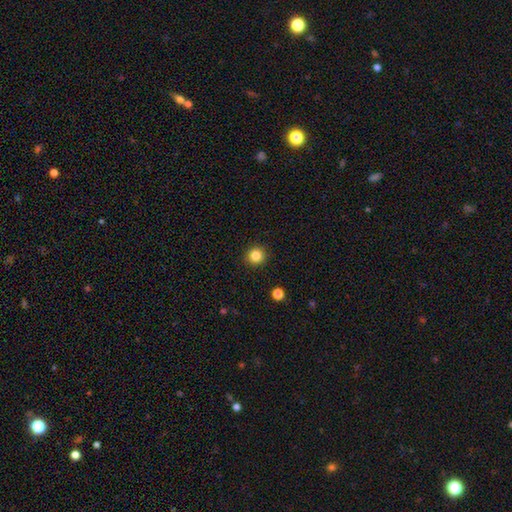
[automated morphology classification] smooth-or-featured: smooth: 84% | star or artifact: 12% | featured or disk: 5%
  how-rounded: round: 94% | in between: 5% | cigar-shaped: 1%
  merging: none: 92% | minor disturbance: 5% | major disturbance: 2% | merger: 1%